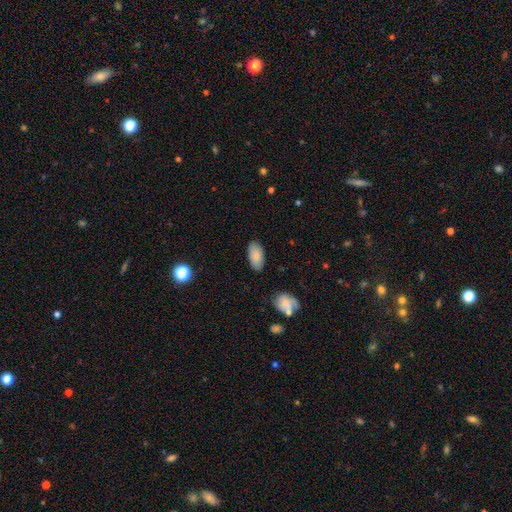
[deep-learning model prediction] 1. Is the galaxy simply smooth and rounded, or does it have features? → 85% smooth, 8% featured or disk, 7% star or artifact.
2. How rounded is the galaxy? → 94% in between, 4% cigar-shaped, 3% round.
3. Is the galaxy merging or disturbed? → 84% none, 12% minor disturbance, 3% major disturbance, 2% merger.